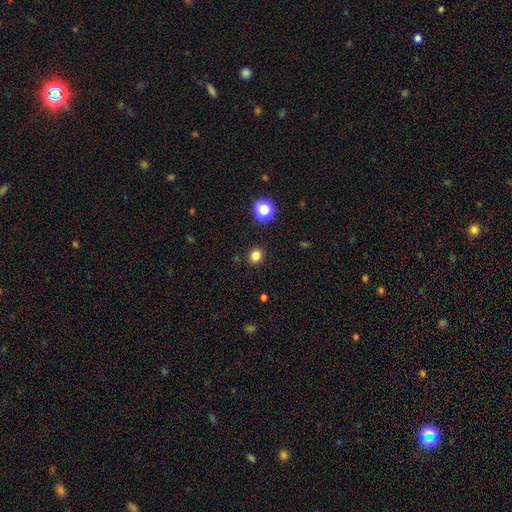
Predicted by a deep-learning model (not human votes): smooth-or-featured: smooth: 82% | star or artifact: 14% | featured or disk: 4%
  how-rounded: round: 80% | in between: 19% | cigar-shaped: 1%
  merging: none: 90% | minor disturbance: 6% | major disturbance: 2% | merger: 1%